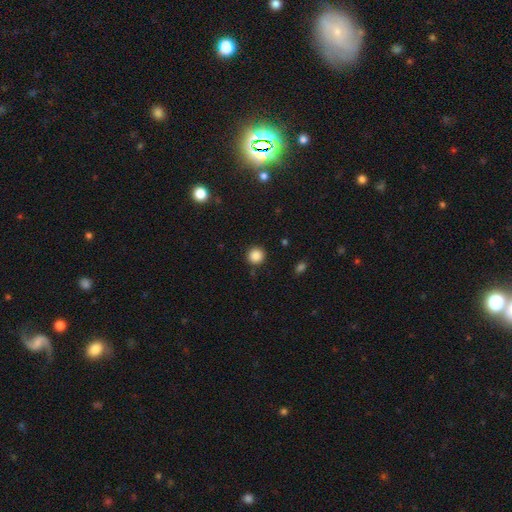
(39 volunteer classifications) Volunteers were most divided on "smooth or featured": smooth: 90%, star or artifact: 8%, featured or disk: 3%. More confident: merging — none (97%); how rounded — round (97%).